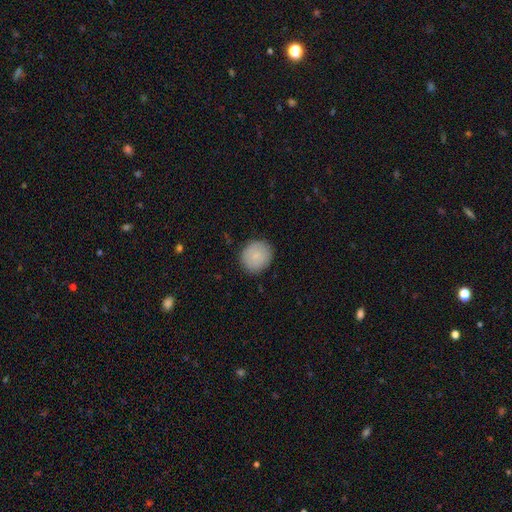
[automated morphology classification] Smooth or featured? Predicted: smooth (p=0.81). How rounded? Predicted: round (p=0.87). Merging? Predicted: none (p=0.87).